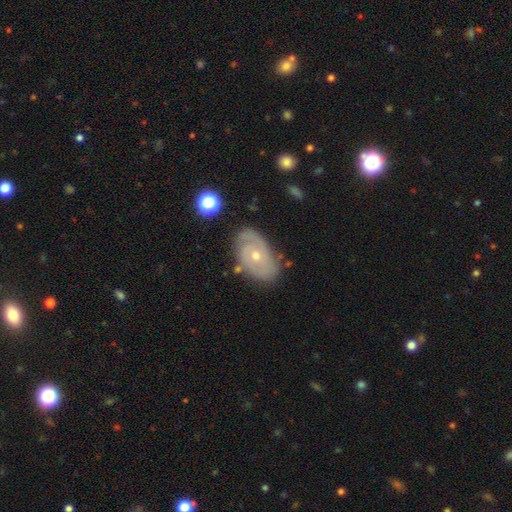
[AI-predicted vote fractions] Smooth or featured? Predicted: featured or disk (p=0.78). Edge-on disk? Predicted: no (p=0.95). Bar? Predicted: no (p=0.74). Spiral arms? Predicted: yes (p=0.88). Spiral winding? Predicted: tight (p=0.65). Spiral arm count? Predicted: 2 (p=0.50). Bulge size? Predicted: small (p=0.55). Merging? Predicted: none (p=0.75).